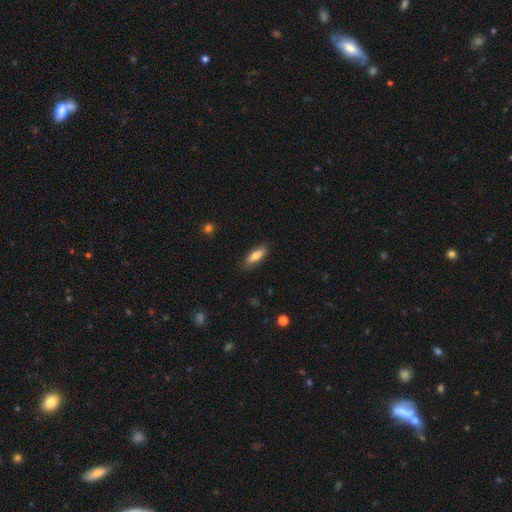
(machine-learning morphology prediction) The model was most divided on "how rounded": in between: 55%, cigar-shaped: 43%, round: 2%. More confident: merging — none (85%); smooth or featured — smooth (78%).